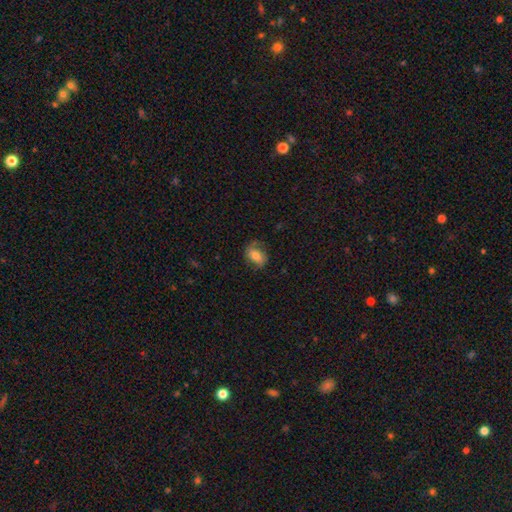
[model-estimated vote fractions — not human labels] Smooth or featured?
  - smooth: 64% *
  - featured or disk: 28%
  - star or artifact: 9%
How rounded?
  - in between: 78% *
  - round: 20%
  - cigar-shaped: 2%
Merging?
  - none: 66% *
  - minor disturbance: 22%
  - major disturbance: 10%
  - merger: 1%